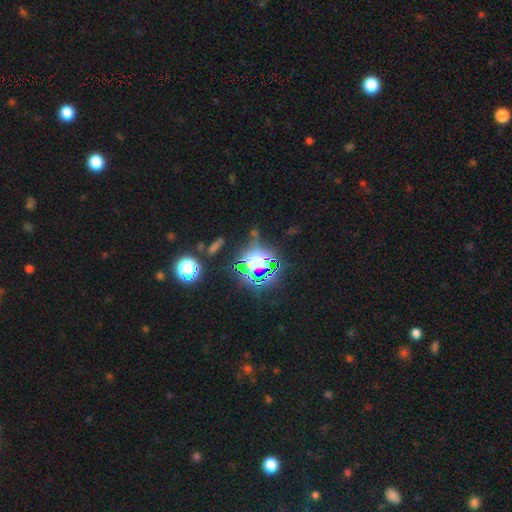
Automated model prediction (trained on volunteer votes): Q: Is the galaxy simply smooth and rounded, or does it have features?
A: star or artifact — 78%.